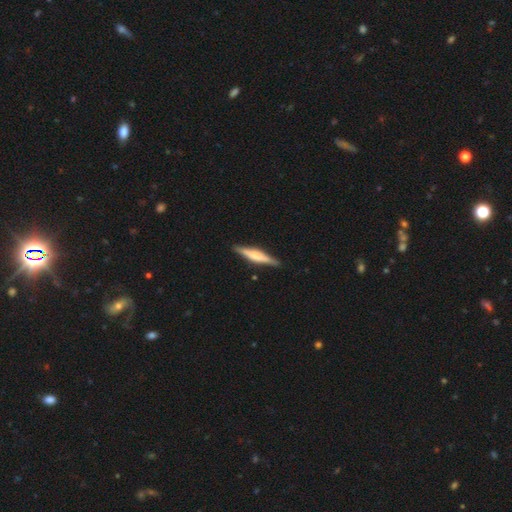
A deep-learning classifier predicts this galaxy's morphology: type=featured or disk (64%); edge-on=yes (97%); edge-on bulge=rounded (58%); merging=none (89%).